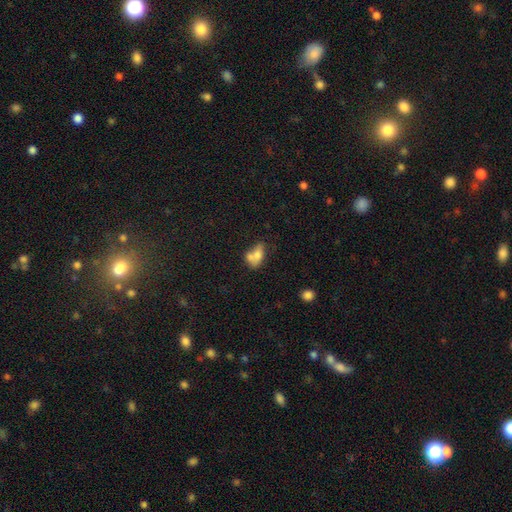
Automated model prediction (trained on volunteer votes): Overall: smooth (65%). How rounded: in between (78%). Merging: merger (48%; none 27%).